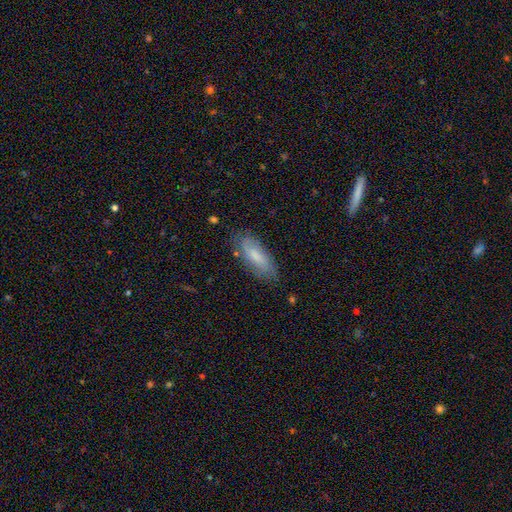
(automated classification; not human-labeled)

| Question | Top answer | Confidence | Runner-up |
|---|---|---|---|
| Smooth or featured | smooth | 66% | featured or disk (27%) |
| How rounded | in between | 67% | cigar-shaped (31%) |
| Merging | none | 76% | minor disturbance (18%) |